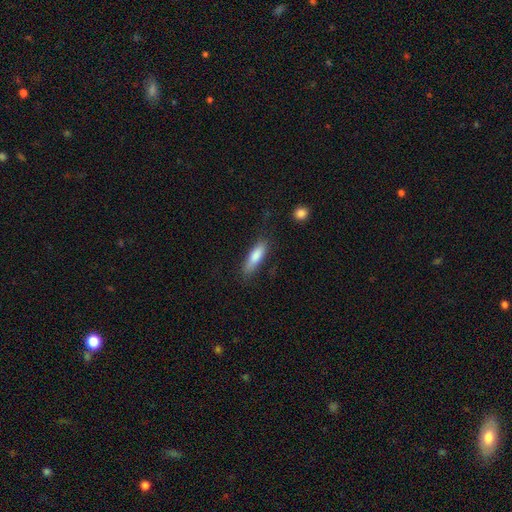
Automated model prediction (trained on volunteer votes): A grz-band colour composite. It shows a smooth galaxy with no disk features (81%) that is cigar-shaped (58%). Merging: none (77%).